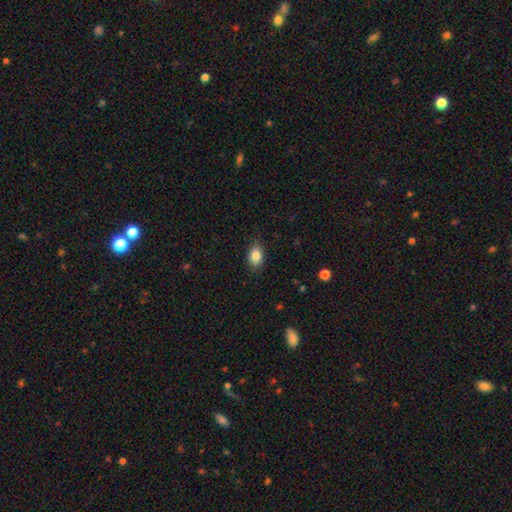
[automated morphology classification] Smooth or featured? smooth (85%)
How rounded? in between (80%)
Merging? none (83%)